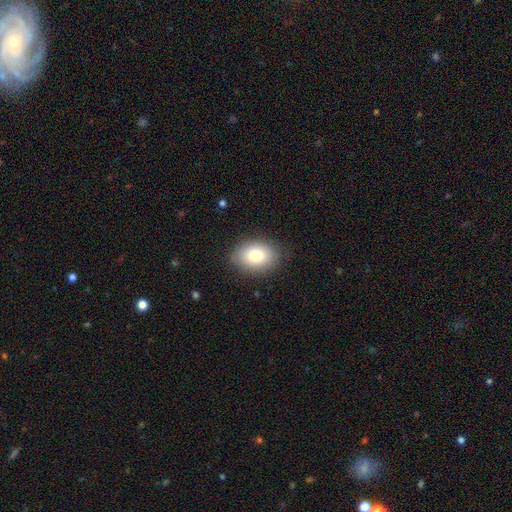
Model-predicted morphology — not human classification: The model was most divided on "how rounded": in between: 74%, round: 24%, cigar-shaped: 1%. More confident: merging — none (85%); smooth or featured — smooth (81%).